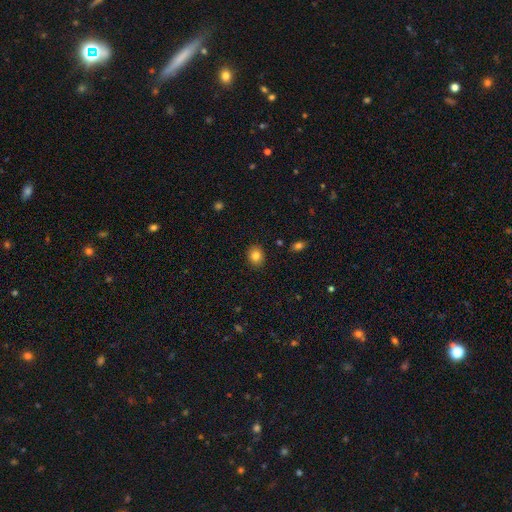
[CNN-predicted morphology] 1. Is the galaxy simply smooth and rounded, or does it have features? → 84% smooth, 10% star or artifact, 6% featured or disk.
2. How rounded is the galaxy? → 64% round, 35% in between, 1% cigar-shaped.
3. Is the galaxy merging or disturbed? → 90% none, 7% minor disturbance, 2% major disturbance, 1% merger.